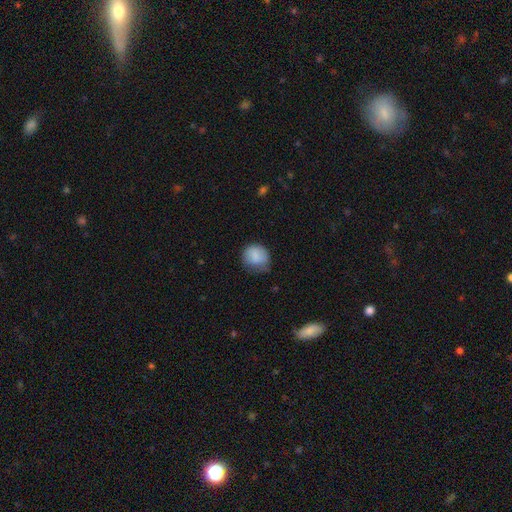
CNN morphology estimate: Overall: smooth (86%). How rounded: round (78%). Merging: none (59%; minor disturbance 31%).